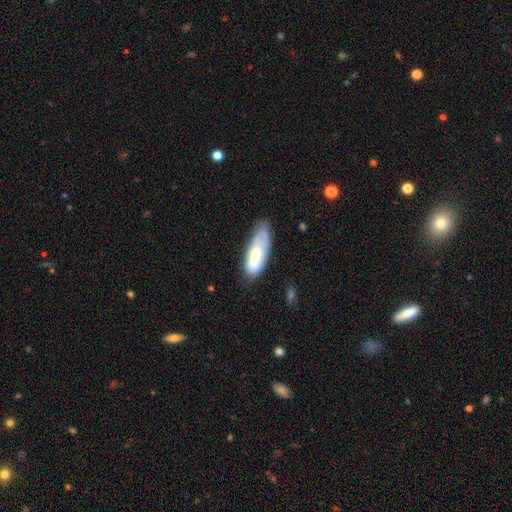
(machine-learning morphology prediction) A smooth galaxy with no disk features (64%) that is in between round and cigar-shaped (66%).

Vote fractions:
- Smooth or featured? smooth: 64% / featured or disk: 29% / star or artifact: 7%
- How rounded? in between: 66% / cigar-shaped: 32% / round: 2%
- Merging? none: 51% / minor disturbance: 34% / major disturbance: 12% / merger: 3%